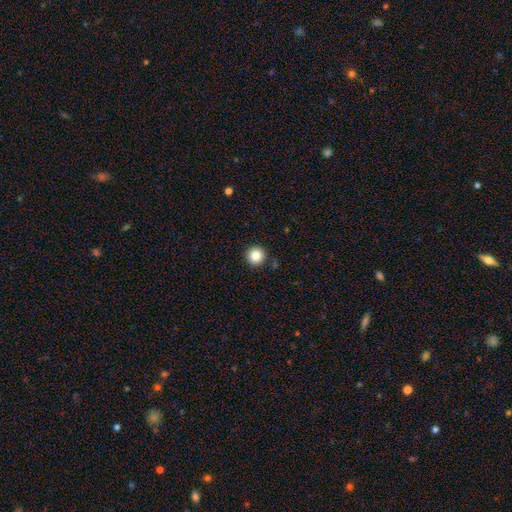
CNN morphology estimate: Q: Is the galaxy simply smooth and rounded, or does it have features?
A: smooth — 84%.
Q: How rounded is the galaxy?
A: round — 95%.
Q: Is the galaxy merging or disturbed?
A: none — 91%.